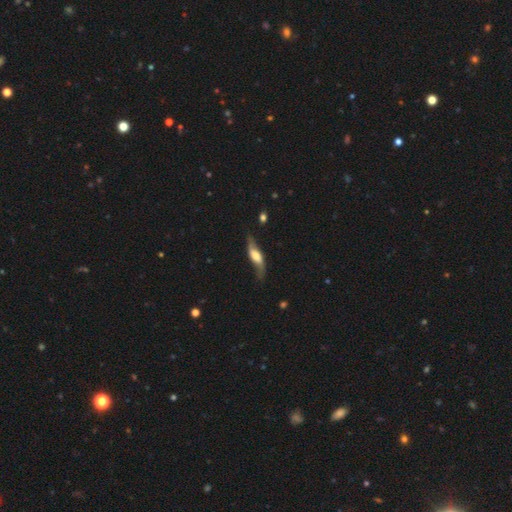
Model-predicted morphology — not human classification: Overall: featured or disk (63%; smooth 31%). Edge-on disk: no (59%; yes 41%). Merging: none (62%; minor disturbance 25%).